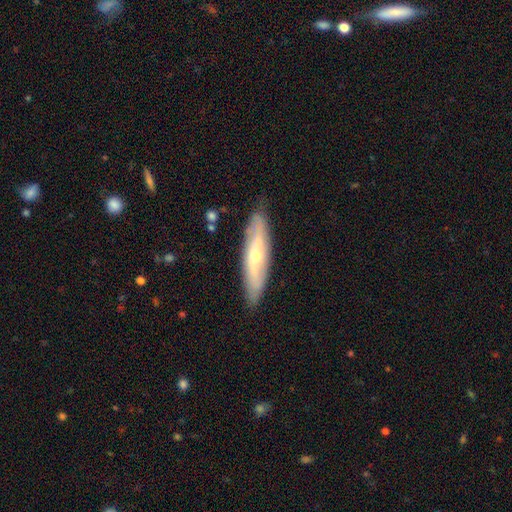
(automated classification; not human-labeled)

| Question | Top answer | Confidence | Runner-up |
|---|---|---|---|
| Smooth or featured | featured or disk | 55% | smooth (39%) |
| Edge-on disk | yes | 50% | tied: no (50%) |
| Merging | none | 85% | minor disturbance (12%) |